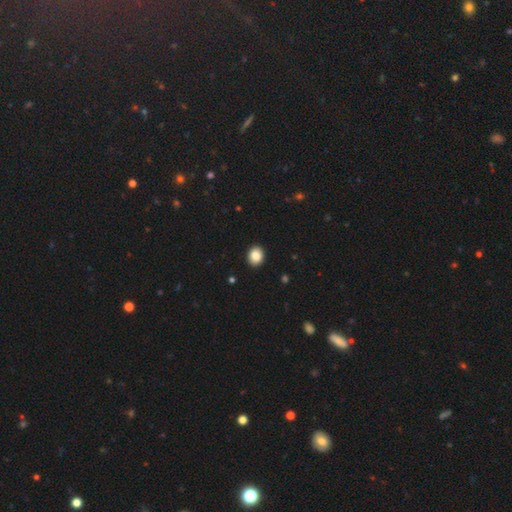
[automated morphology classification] smooth 87%, star or artifact 8%, featured or disk 5%. Down the decision tree: how rounded — round (56%); merging — none (92%).